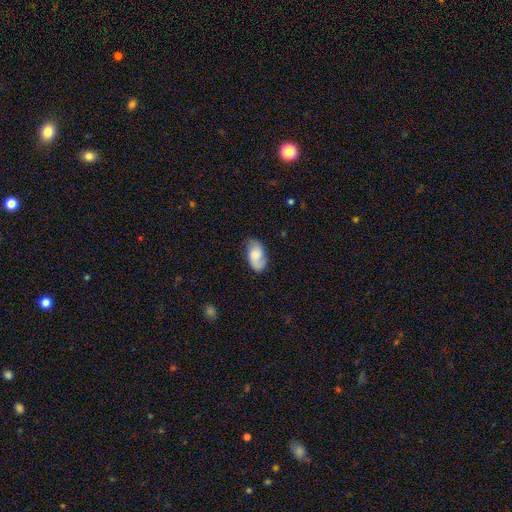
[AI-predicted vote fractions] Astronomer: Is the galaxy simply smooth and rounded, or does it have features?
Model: smooth — 63%.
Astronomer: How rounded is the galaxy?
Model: in between — 94%.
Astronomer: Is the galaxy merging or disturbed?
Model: none — 70%.